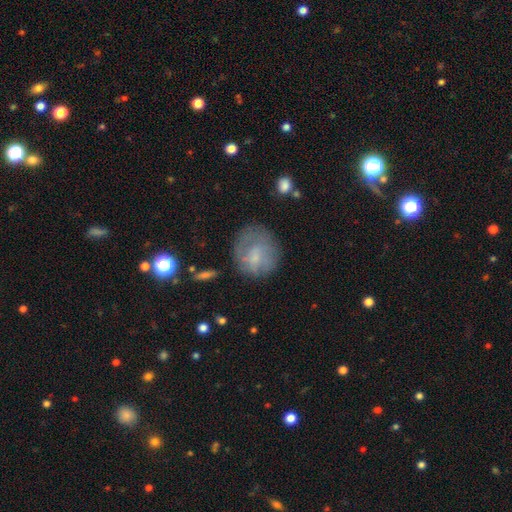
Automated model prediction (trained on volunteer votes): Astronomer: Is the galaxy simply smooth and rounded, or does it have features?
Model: smooth — 61%.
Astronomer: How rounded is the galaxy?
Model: round — 77%.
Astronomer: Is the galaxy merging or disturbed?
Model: none — 62%.